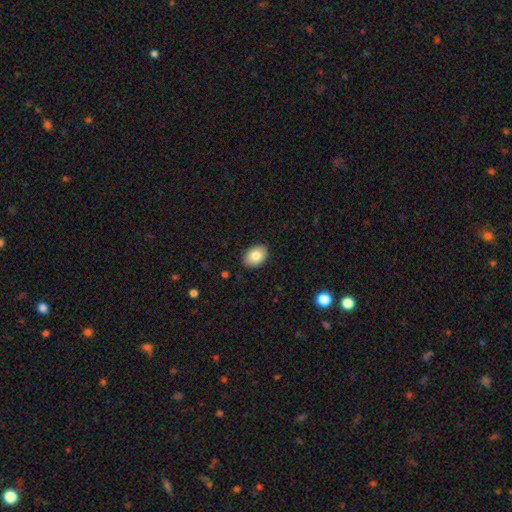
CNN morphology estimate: Smooth or featured? Predicted: smooth (p=0.83). How rounded? Predicted: in between (p=0.79). Merging? Predicted: none (p=0.90).